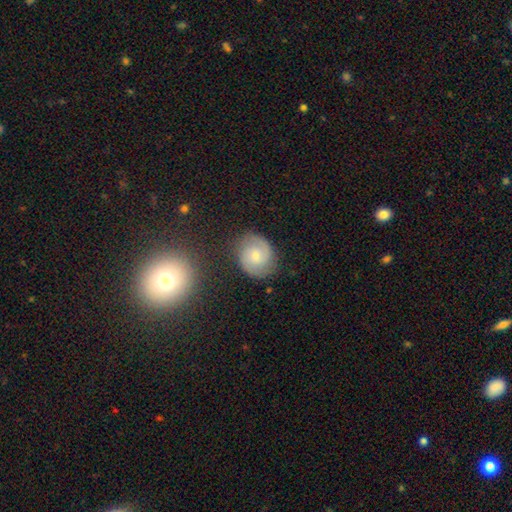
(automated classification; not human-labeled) Q: Smooth or featured?
A: featured or disk (64%); runner-up: smooth (28%)
Q: Edge-on disk?
A: no (98%); runner-up: yes (2%)
Q: Bar?
A: no (58%); runner-up: weak (37%)
Q: Spiral arms?
A: yes (93%); runner-up: no (7%)
Q: Spiral winding?
A: medium (47%); runner-up: tight (38%)
Q: Spiral arm count?
A: 2 (85%); runner-up: can't tell (8%)
Q: Bulge size?
A: small (55%); runner-up: moderate (37%)
Q: Merging?
A: none (80%); runner-up: minor disturbance (14%)